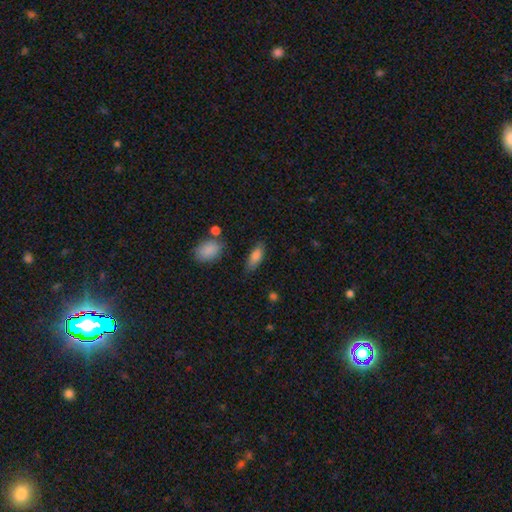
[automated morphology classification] Smooth or featured: smooth — 83% (featured or disk — 9%)
How rounded: in between — 76% (cigar-shaped — 22%)
Merging: none — 76% (minor disturbance — 16%)